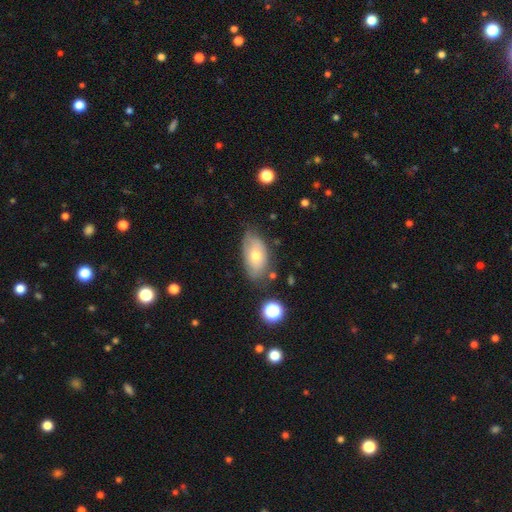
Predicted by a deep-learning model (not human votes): smooth_or_featured: smooth (p=0.57) [alt: featured or disk p=0.34]
how_rounded: in between (p=0.91) [alt: round p=0.06]
merging: none (p=0.63) [alt: minor disturbance p=0.26]